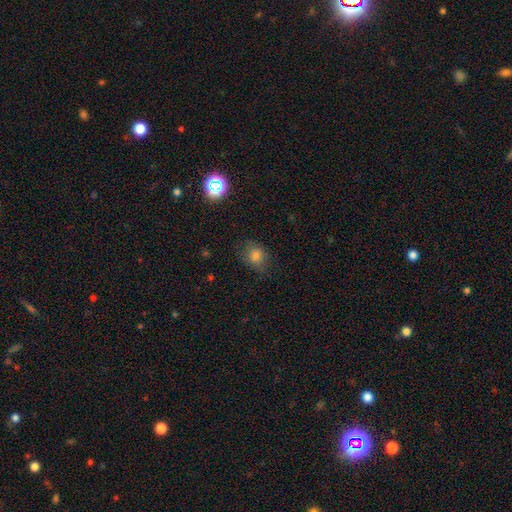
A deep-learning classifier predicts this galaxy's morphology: This is likely a smooth galaxy (75%). How rounded: possibly round (52%). Merging: likely none (71%).